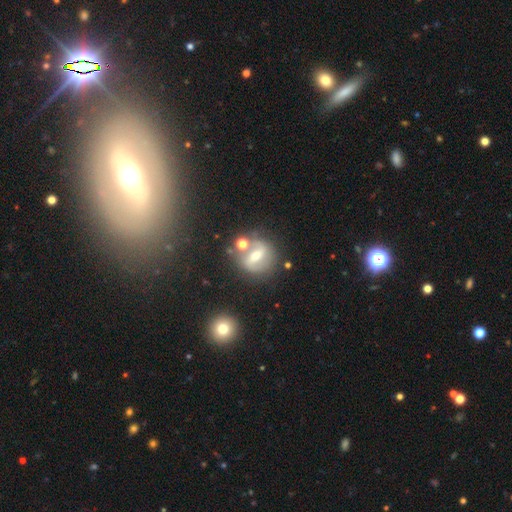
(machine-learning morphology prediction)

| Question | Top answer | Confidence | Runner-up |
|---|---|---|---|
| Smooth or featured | featured or disk | 64% | smooth (26%) |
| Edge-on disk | no | 93% | yes (7%) |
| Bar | strong | 54% | weak (31%) |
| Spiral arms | yes | 66% | no (34%) |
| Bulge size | moderate | 56% | small (35%) |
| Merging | none | 66% | minor disturbance (15%) |